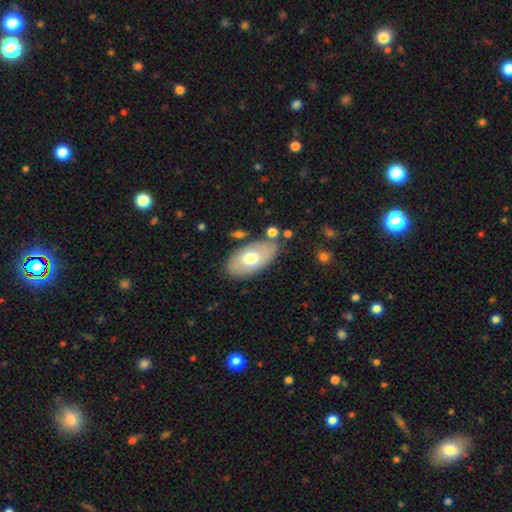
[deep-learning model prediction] This appears to be a smooth galaxy with no disk features (61%) that is in between round and cigar-shaped (93%). Merging: none (81%).